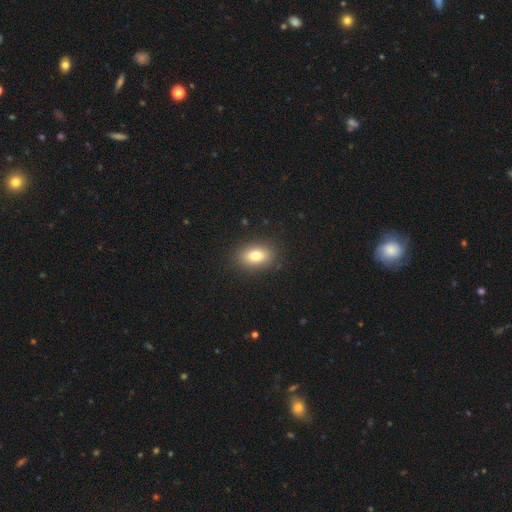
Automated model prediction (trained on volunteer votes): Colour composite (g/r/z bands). It shows a smooth galaxy with no disk features (81%) that is in between round and cigar-shaped (84%). Merging: none (88%).